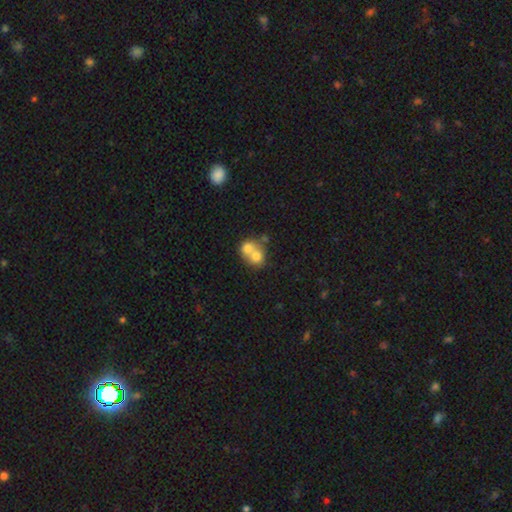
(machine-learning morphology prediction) smooth-or-featured: smooth: 69% | featured or disk: 21% | star or artifact: 10%
  how-rounded: round: 72% | in between: 27% | cigar-shaped: 1%
  merging: merger: 70% | none: 23% | minor disturbance: 5% | major disturbance: 2%